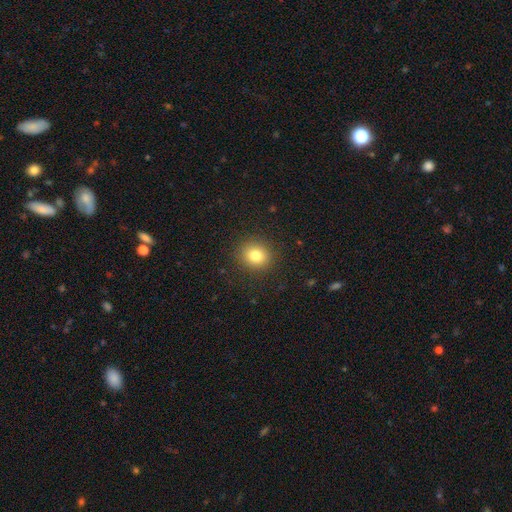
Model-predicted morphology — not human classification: This is clearly a smooth galaxy (80%). How rounded: clearly round (82%). Merging: clearly none (90%).